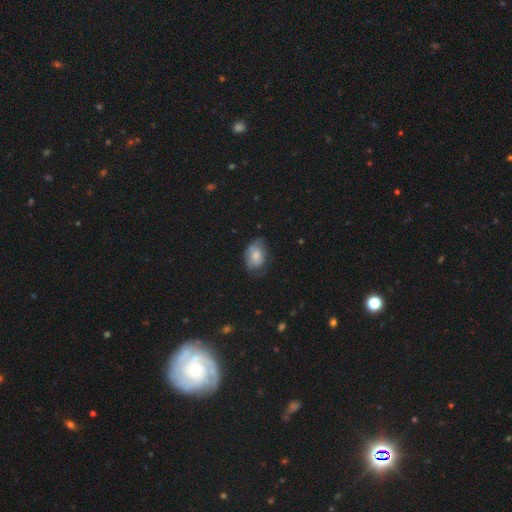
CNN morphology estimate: Smooth or featured?
  - smooth: 56% *
  - featured or disk: 36%
  - star or artifact: 8%
How rounded?
  - in between: 79% *
  - round: 19%
  - cigar-shaped: 1%
Merging?
  - none: 55% *
  - minor disturbance: 31%
  - major disturbance: 13%
  - merger: 2%